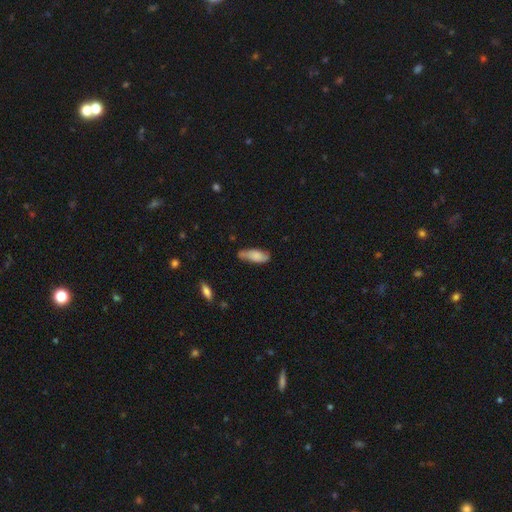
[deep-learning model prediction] smooth 73%, featured or disk 19%, star or artifact 7%. Down the decision tree: how rounded — in between (72%); merging — none (58%).